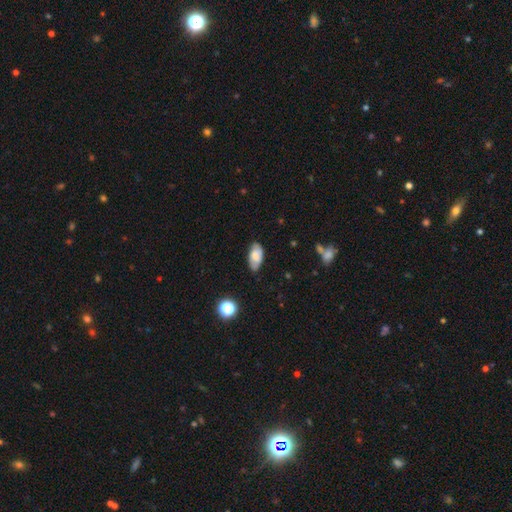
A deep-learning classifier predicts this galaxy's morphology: A smooth galaxy with no disk features (63%) that is in between round and cigar-shaped (93%). Merging: none (77%).